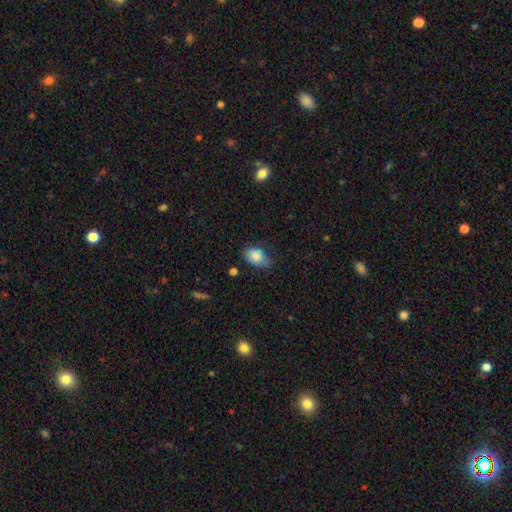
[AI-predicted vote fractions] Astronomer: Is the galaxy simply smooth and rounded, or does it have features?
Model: smooth — 84%.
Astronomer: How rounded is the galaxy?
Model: in between — 85%.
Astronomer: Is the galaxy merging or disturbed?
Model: none — 63%.